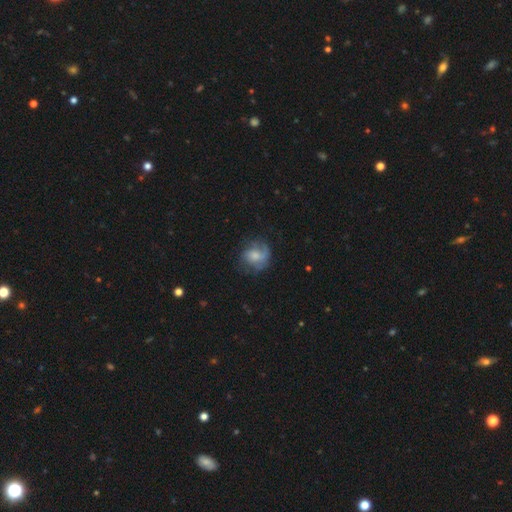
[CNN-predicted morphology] Overall: featured or disk (50%; smooth 42%). Merging: none (58%; minor disturbance 23%).